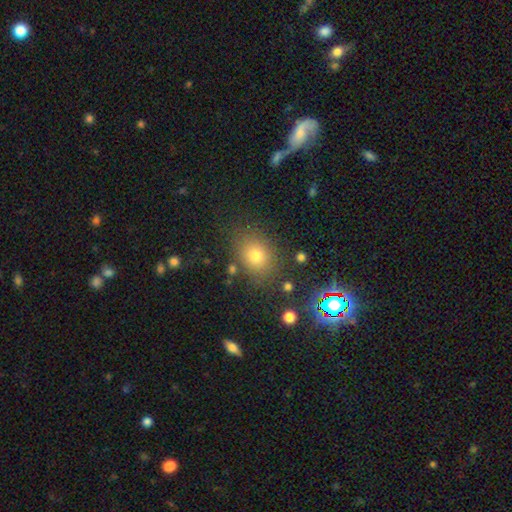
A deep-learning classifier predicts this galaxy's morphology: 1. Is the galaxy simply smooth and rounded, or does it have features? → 72% smooth, 18% star or artifact, 10% featured or disk.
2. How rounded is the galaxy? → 51% round, 48% in between, 1% cigar-shaped.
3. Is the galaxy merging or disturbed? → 80% none, 12% minor disturbance, 5% major disturbance, 4% merger.